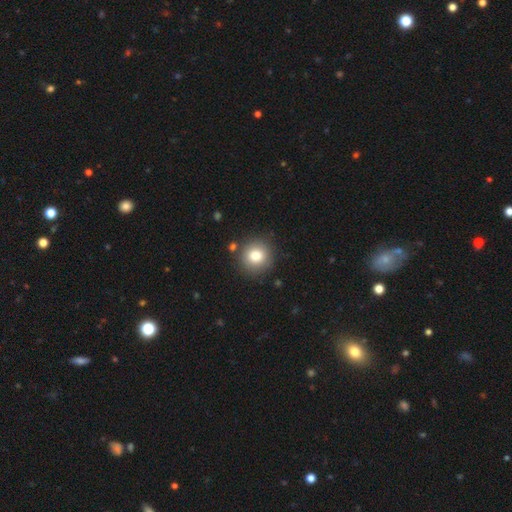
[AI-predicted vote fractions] Smooth or featured? smooth (80%)
How rounded? round (93%)
Merging? none (87%)